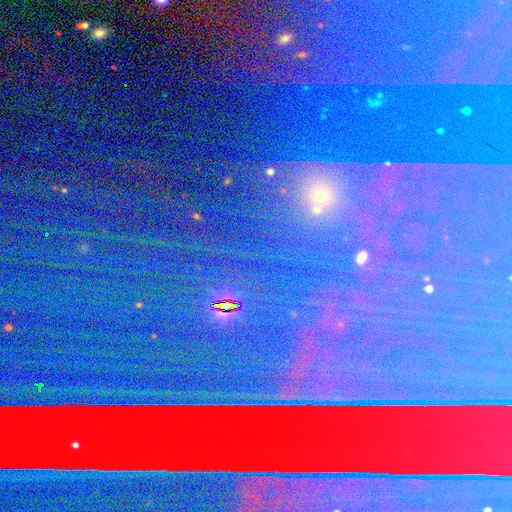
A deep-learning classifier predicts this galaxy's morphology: smooth-or-featured: star or artifact: 72% | smooth: 18% | featured or disk: 10%